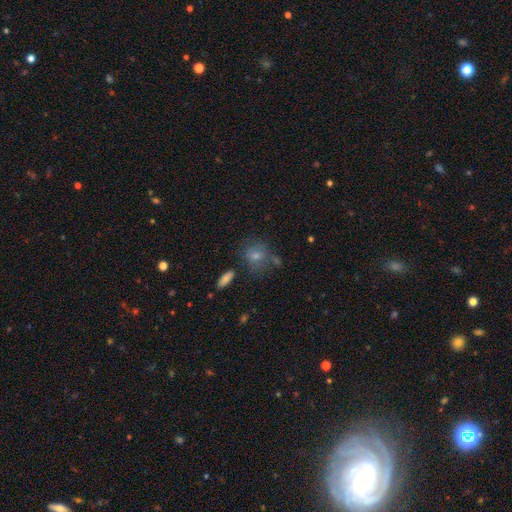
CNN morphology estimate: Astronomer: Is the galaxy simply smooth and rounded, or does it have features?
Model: smooth — 57%.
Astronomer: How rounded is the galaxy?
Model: round — 73%.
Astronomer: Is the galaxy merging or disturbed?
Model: none — 67%.